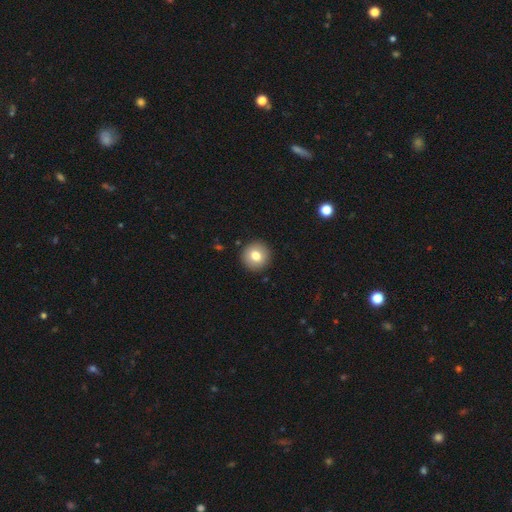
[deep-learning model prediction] Smooth or featured? Predicted: smooth (p=0.79). How rounded? Predicted: round (p=0.94). Merging? Predicted: none (p=0.92).